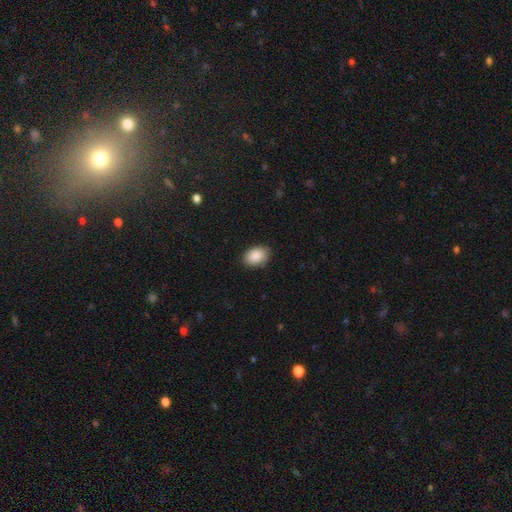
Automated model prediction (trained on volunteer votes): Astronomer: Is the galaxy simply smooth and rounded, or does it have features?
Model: smooth — 89%.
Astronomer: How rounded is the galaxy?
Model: in between — 81%.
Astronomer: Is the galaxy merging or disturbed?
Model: none — 83%.